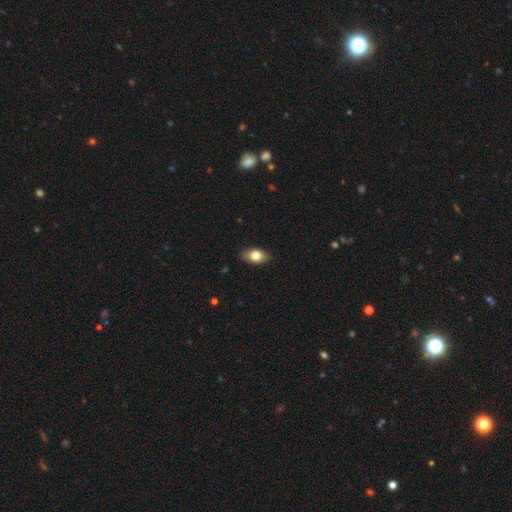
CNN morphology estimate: Smooth or featured: smooth — 80% (featured or disk — 13%)
How rounded: in between — 89% (round — 8%)
Merging: none — 86% (minor disturbance — 11%)